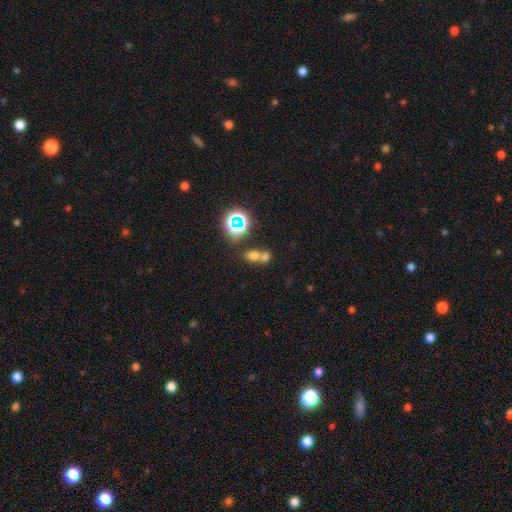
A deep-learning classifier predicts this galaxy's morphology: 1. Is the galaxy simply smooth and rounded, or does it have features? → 63% smooth, 25% star or artifact, 12% featured or disk.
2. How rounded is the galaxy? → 50% in between, 48% round, 2% cigar-shaped.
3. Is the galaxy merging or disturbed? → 56% merger, 34% none, 7% minor disturbance, 4% major disturbance.